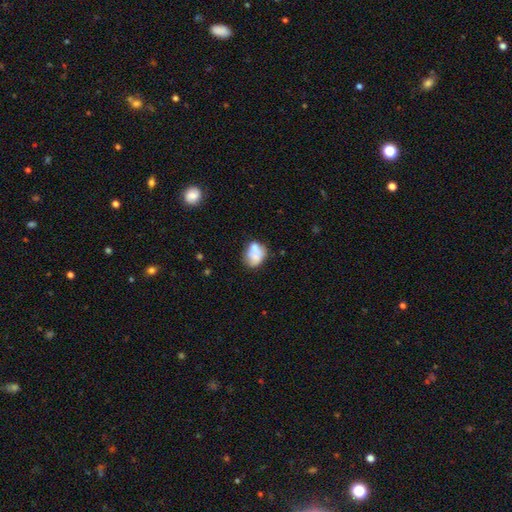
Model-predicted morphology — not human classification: Smooth or featured?
  - smooth: 63% *
  - featured or disk: 28%
  - star or artifact: 9%
How rounded?
  - in between: 60% *
  - round: 39%
  - cigar-shaped: 1%
Merging?
  - none: 41% *
  - minor disturbance: 25%
  - merger: 21%
  - major disturbance: 12%